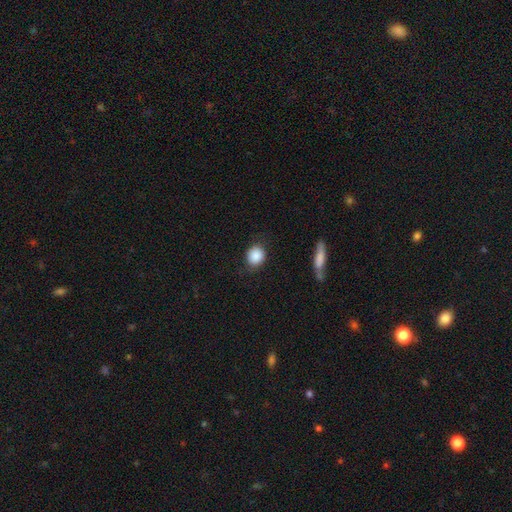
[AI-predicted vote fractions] This is clearly a smooth galaxy (88%). How rounded: likely round (76%). Merging: clearly none (80%).